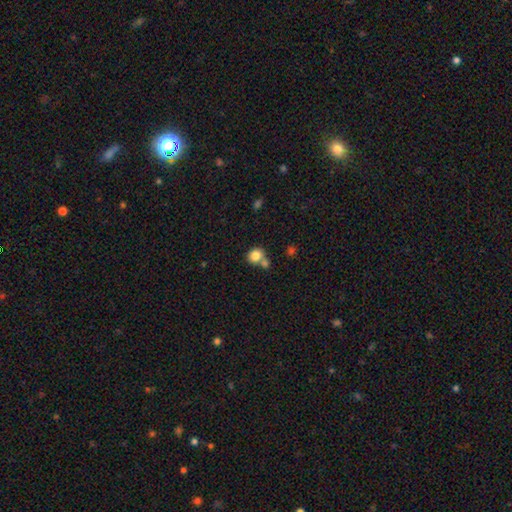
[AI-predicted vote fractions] Overall: smooth (82%). How rounded: round (78%). Merging: none (48%; merger 39%).